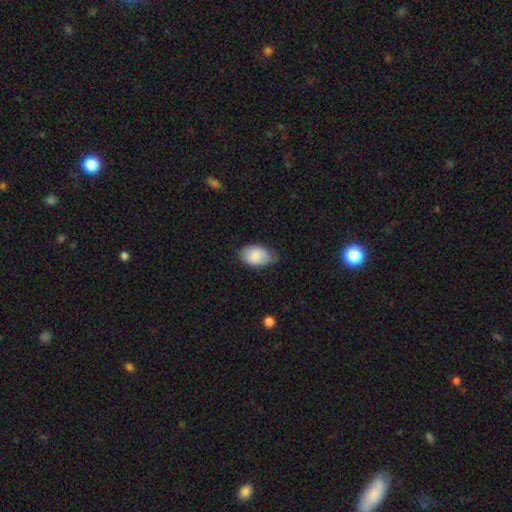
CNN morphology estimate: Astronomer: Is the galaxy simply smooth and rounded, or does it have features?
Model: smooth — 87%.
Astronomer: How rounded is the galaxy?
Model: in between — 90%.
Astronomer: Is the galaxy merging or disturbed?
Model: none — 66%.